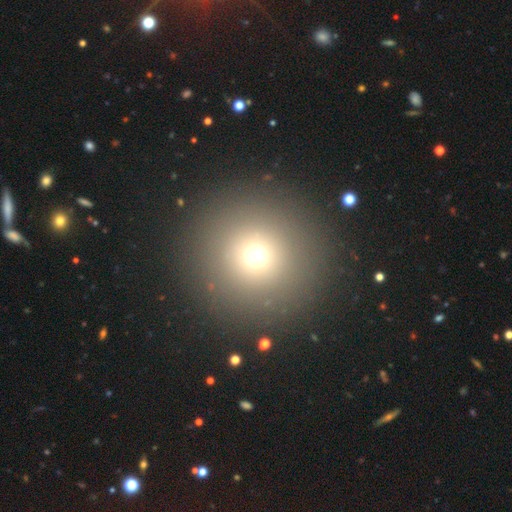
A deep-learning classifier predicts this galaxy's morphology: Smooth or featured? Predicted: smooth (p=0.68). How rounded? Predicted: round (p=0.96). Merging? Predicted: none (p=0.91).